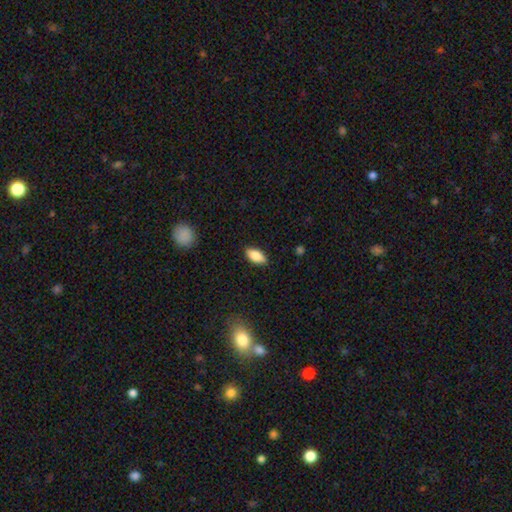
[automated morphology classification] smooth_or_featured: smooth (p=0.82) [alt: featured or disk p=0.11]
how_rounded: in between (p=0.87) [alt: cigar-shaped p=0.10]
merging: none (p=0.88) [alt: minor disturbance p=0.09]